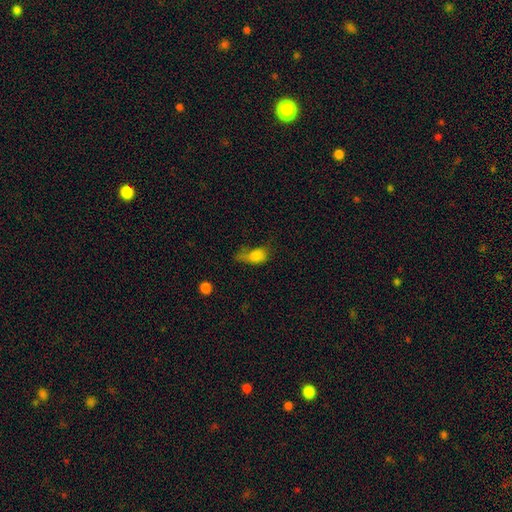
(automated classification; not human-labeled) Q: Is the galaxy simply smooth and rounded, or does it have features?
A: smooth — 75%.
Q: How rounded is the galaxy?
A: in between — 77%.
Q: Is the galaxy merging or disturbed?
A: major disturbance — 41%.